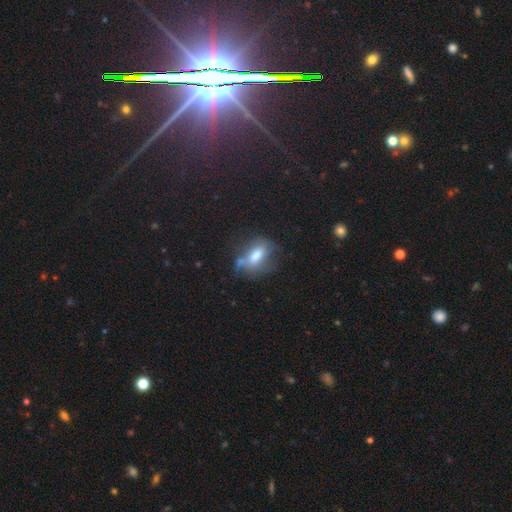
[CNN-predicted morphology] Smooth or featured? smooth (62%)
How rounded? in between (80%)
Merging? none (48%)